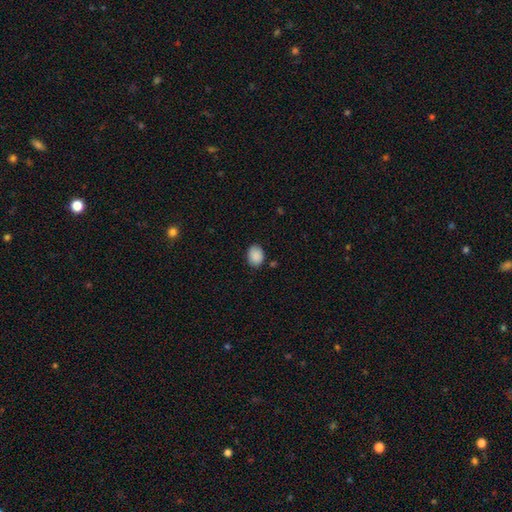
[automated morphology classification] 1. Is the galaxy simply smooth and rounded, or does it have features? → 89% smooth, 8% star or artifact, 3% featured or disk.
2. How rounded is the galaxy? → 57% in between, 42% round, 1% cigar-shaped.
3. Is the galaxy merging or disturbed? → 82% none, 13% minor disturbance, 3% major disturbance, 2% merger.